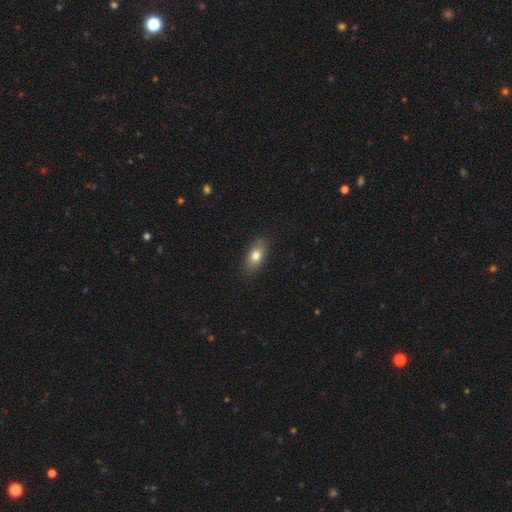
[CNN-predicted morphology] smooth_or_featured: smooth (p=0.78) [alt: featured or disk p=0.14]
how_rounded: in between (p=0.86) [alt: round p=0.08]
merging: none (p=0.85) [alt: minor disturbance p=0.11]